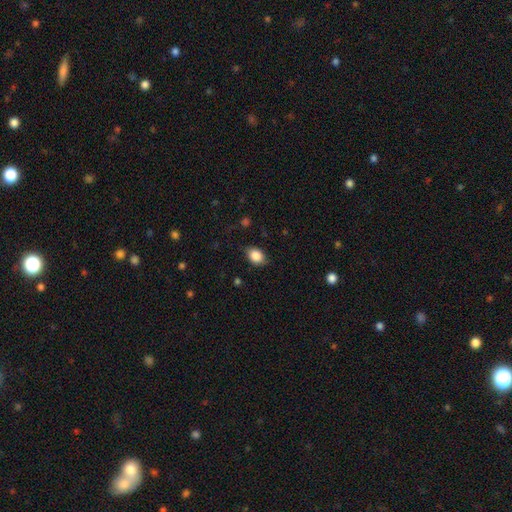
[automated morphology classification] This appears to be a smooth galaxy with no disk features (87%) that is in between round and cigar-shaped (72%). Merging: none (79%).